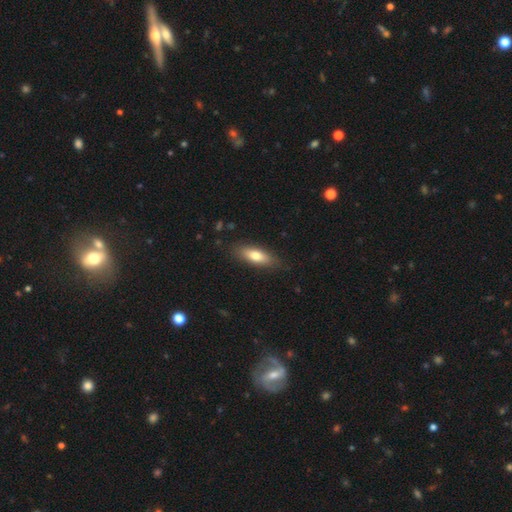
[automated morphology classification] A smooth galaxy with no disk features (72%) that is in between round and cigar-shaped (61%). Merging: none (83%).